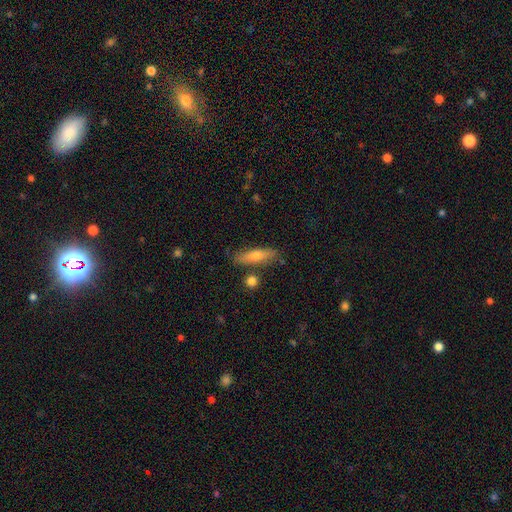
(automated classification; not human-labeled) This appears to be a smooth galaxy with no disk features (61%) that is cigar-shaped (73%). Merging: none (81%).